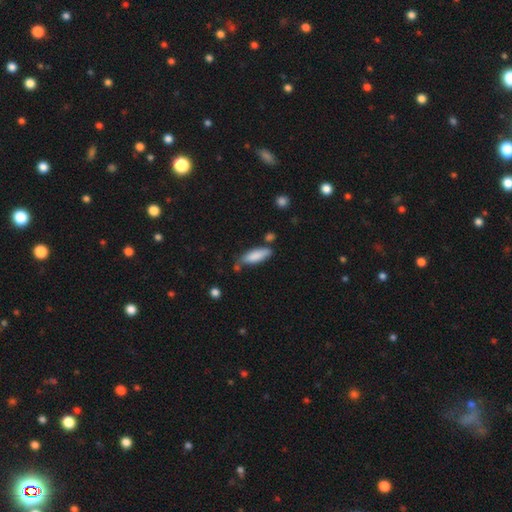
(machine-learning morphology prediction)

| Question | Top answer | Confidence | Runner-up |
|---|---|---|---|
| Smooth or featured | smooth | 84% | featured or disk (10%) |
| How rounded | in between | 57% | cigar-shaped (41%) |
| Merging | none | 59% | minor disturbance (26%) |